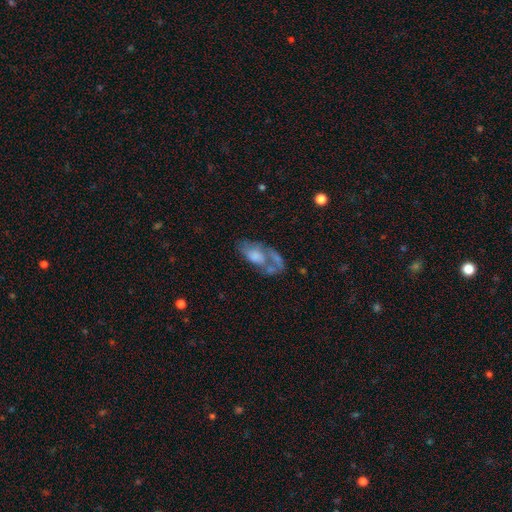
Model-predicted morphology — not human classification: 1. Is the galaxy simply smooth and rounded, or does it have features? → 52% featured or disk, 38% smooth, 10% star or artifact.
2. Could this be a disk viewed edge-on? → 91% no, 9% yes.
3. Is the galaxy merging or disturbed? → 31% none, 27% major disturbance, 24% merger, 18% minor disturbance.